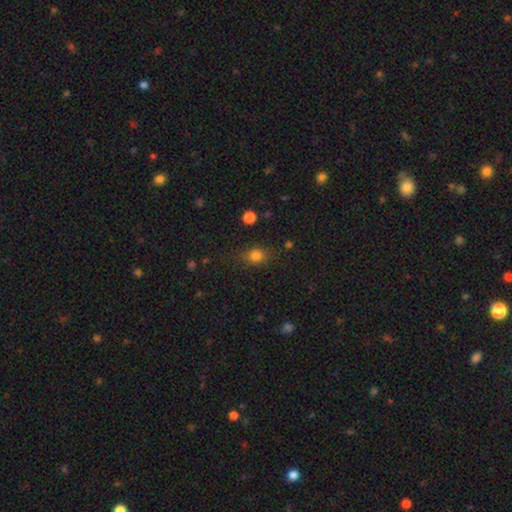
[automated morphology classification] Overall: smooth (79%). How rounded: round (57%; in between 41%). Merging: none (76%).